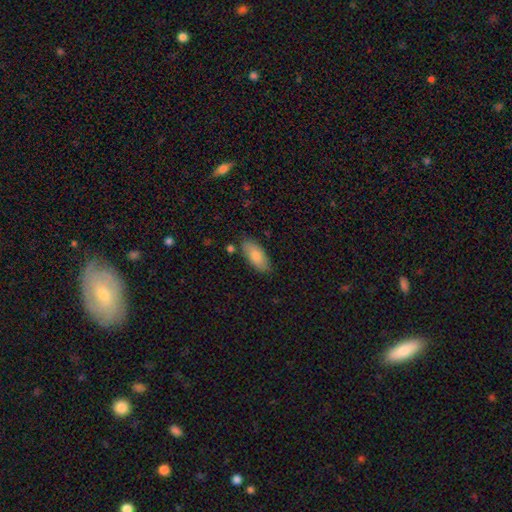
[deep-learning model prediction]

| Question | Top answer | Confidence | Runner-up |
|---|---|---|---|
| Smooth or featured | smooth | 82% | featured or disk (12%) |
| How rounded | in between | 89% | cigar-shaped (9%) |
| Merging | none | 77% | minor disturbance (16%) |